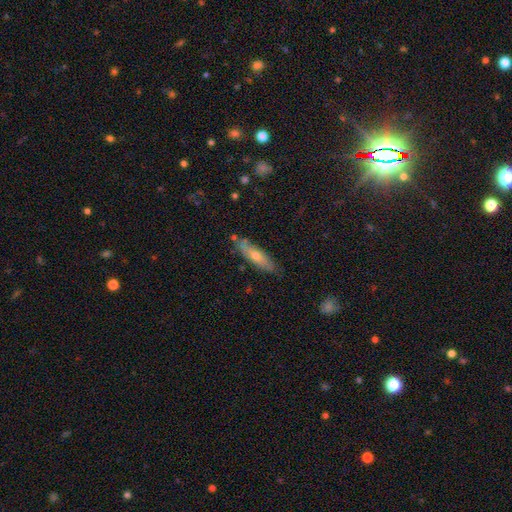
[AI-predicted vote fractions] smooth_or_featured: smooth (p=0.52) [alt: featured or disk p=0.41]
how_rounded: cigar-shaped (p=0.68) [alt: in between p=0.30]
merging: none (p=0.78) [alt: minor disturbance p=0.16]